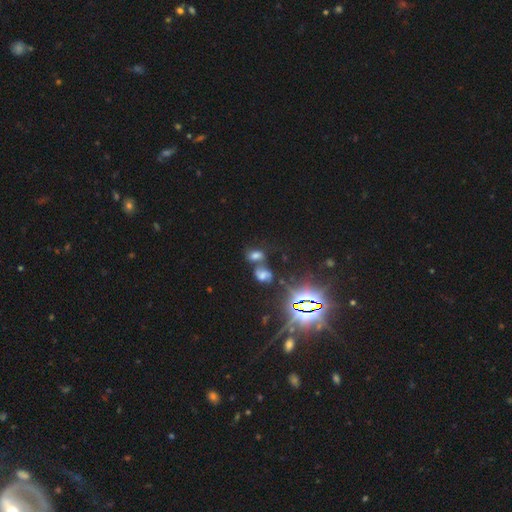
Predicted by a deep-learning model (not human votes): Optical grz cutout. It shows a smooth galaxy with no disk features (49%). Merging: merger (46%).